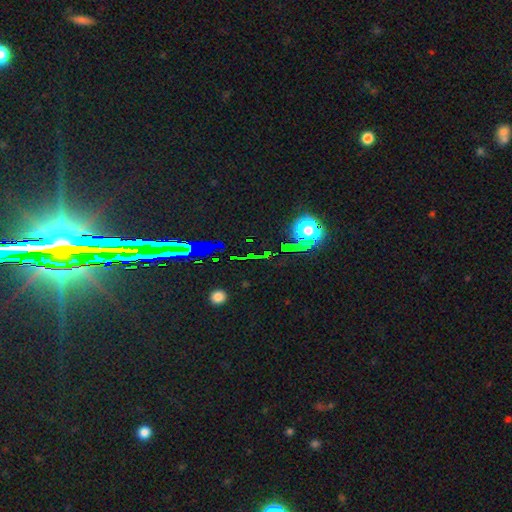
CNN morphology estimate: Q: Smooth or featured?
A: star or artifact (71%); runner-up: featured or disk (15%)